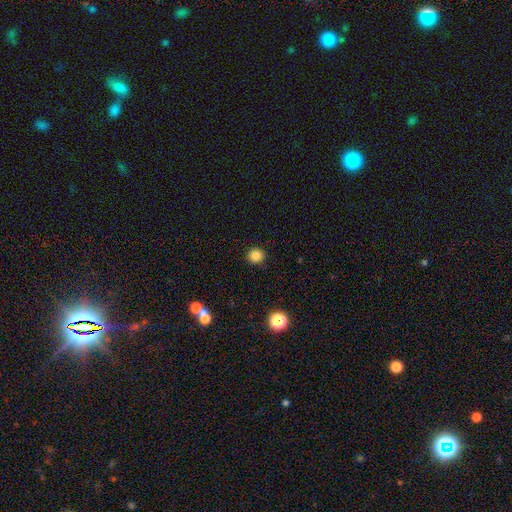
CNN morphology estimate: A smooth galaxy with no disk features (84%) that is round (92%). Merging: none (91%).